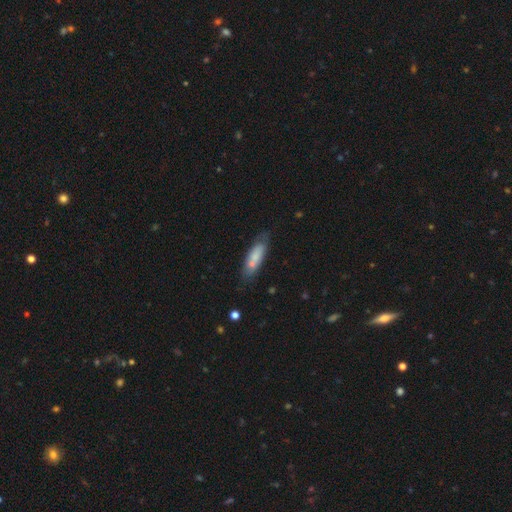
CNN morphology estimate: This appears to be a smooth galaxy with no disk features (71%) that is in between round and cigar-shaped (54%). Merging: none (63%).